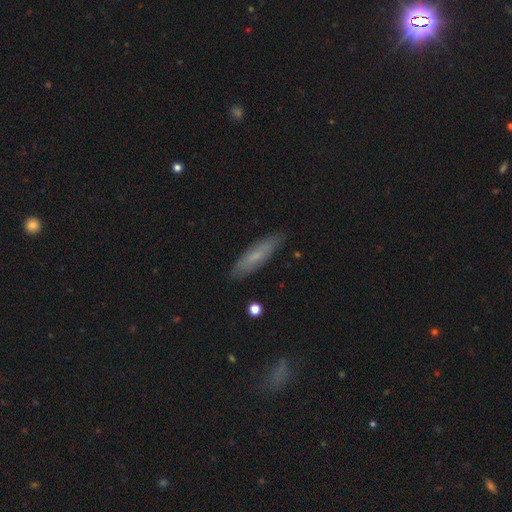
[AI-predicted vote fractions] A smooth galaxy with no disk features (62%) that is cigar-shaped (71%). Merging: none (86%).